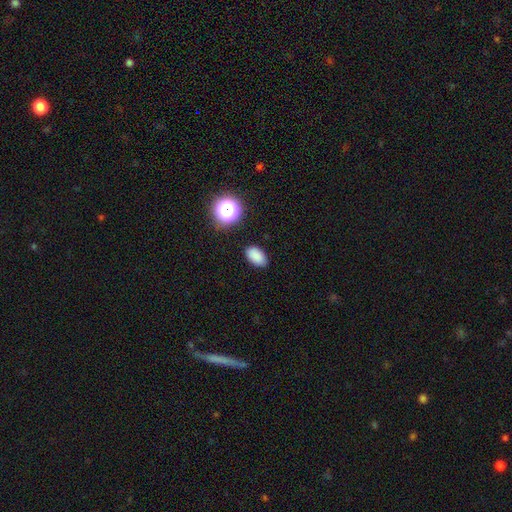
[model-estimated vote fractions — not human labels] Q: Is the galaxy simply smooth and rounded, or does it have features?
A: smooth — 84%.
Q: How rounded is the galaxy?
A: in between — 90%.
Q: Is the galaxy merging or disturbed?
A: none — 86%.